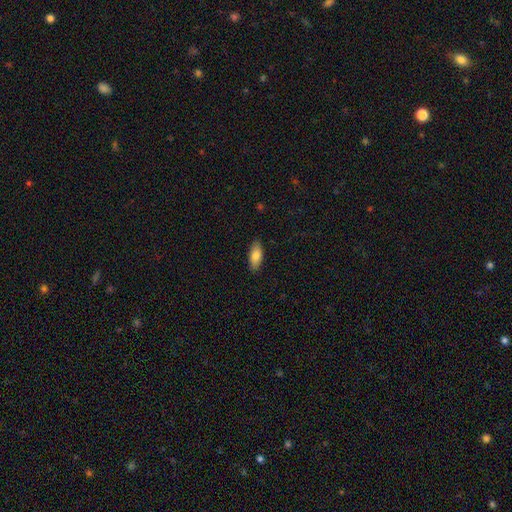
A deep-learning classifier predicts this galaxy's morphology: Overall: smooth (82%). How rounded: in between (84%). Merging: none (88%).